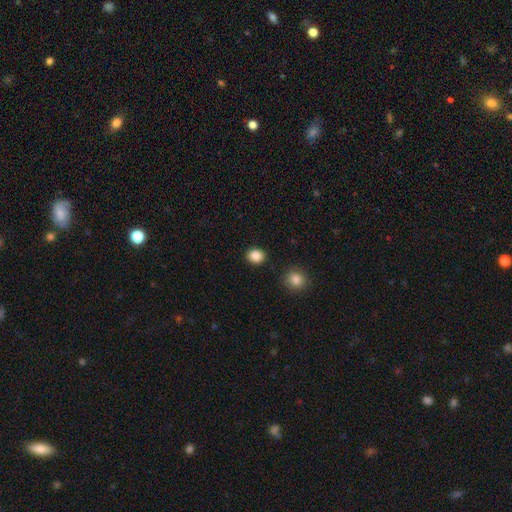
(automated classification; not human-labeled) This appears to be a smooth galaxy with no disk features (87%) that is round (68%). Merging: none (89%).